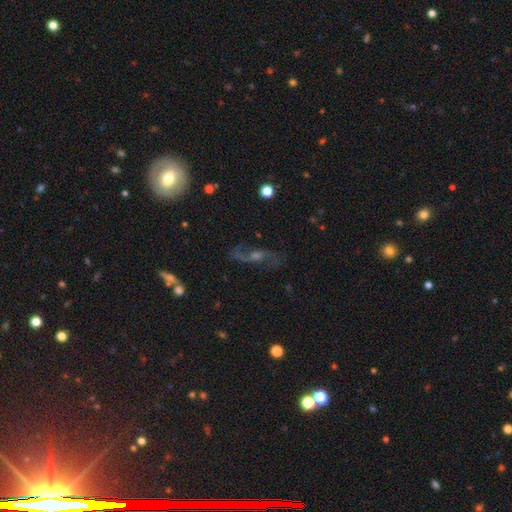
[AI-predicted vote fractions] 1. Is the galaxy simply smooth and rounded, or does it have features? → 72% featured or disk, 15% star or artifact, 13% smooth.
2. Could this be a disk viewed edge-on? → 83% no, 17% yes.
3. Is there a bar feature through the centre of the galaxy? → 49% no, 39% weak, 12% strong.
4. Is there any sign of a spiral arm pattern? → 90% yes, 10% no.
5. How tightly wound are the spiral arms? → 72% loose, 22% medium, 6% tight.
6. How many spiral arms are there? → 88% 2, 5% can't tell, 4% 1, 1% 3, 1% 4, 1% more than 4.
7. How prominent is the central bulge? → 47% moderate, 34% small, 8% large, 8% none, 2% dominant.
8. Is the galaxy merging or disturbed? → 69% none, 15% minor disturbance, 13% major disturbance, 3% merger.